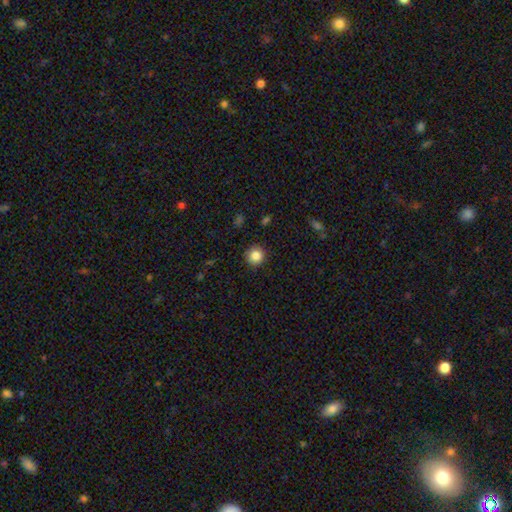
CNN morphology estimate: The model was most divided on "smooth or featured": smooth: 85%, star or artifact: 10%, featured or disk: 5%. More confident: how rounded — round (94%); merging — none (90%).